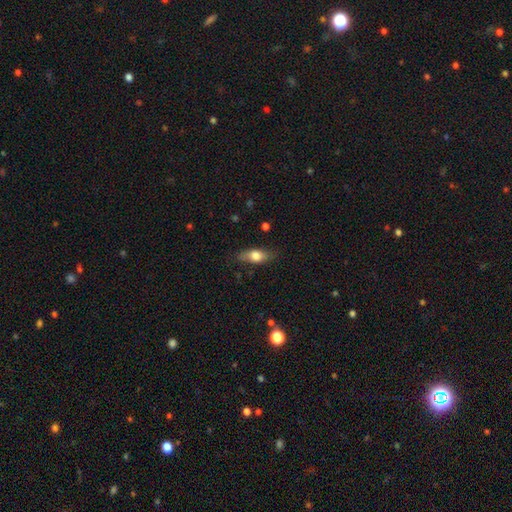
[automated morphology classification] Smooth or featured?
  - smooth: 67% *
  - featured or disk: 25%
  - star or artifact: 7%
How rounded?
  - in between: 71% *
  - cigar-shaped: 24%
  - round: 5%
Merging?
  - none: 78% *
  - minor disturbance: 17%
  - major disturbance: 4%
  - merger: 1%